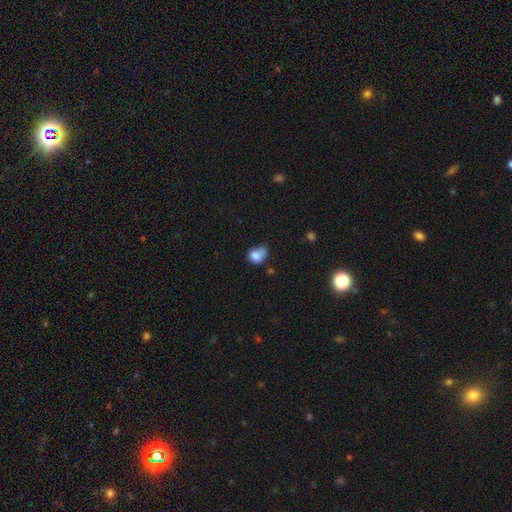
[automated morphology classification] This is clearly a smooth galaxy (80%). How rounded: possibly round (50%). Merging: marginally minor disturbance (38%).